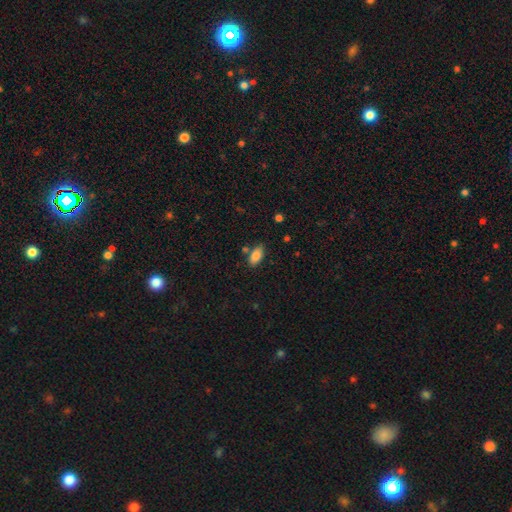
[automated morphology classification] type=smooth (84%); roundness=in between (92%); merging=none (76%).